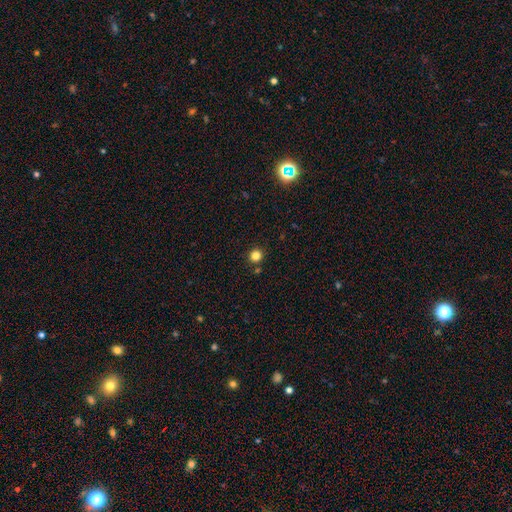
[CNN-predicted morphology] Smooth or featured?
  - smooth: 82% *
  - star or artifact: 14%
  - featured or disk: 4%
How rounded?
  - round: 92% *
  - in between: 7%
  - cigar-shaped: 1%
Merging?
  - none: 87% *
  - minor disturbance: 7%
  - merger: 5%
  - major disturbance: 2%